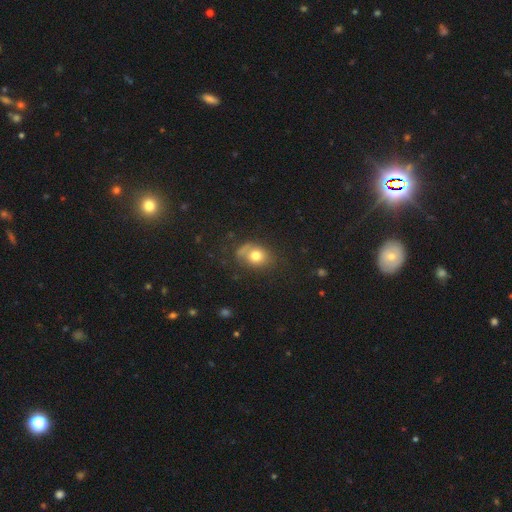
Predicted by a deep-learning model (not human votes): smooth 73%, featured or disk 16%, star or artifact 11%. Down the decision tree: how rounded — in between (54%); merging — none (58%).